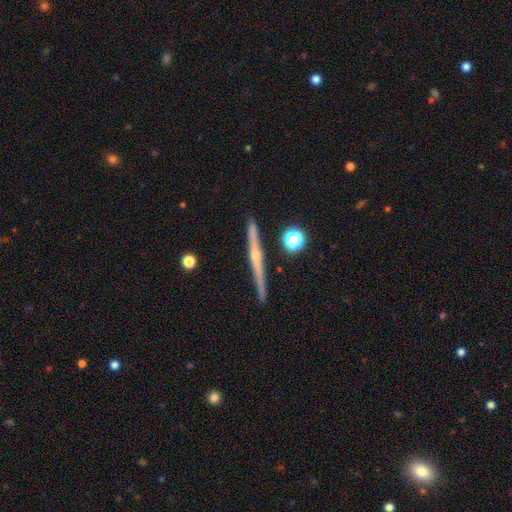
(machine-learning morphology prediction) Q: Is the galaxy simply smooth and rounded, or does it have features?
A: featured or disk — 77%.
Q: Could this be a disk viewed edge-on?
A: yes — 98%.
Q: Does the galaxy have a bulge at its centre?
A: rounded — 75%.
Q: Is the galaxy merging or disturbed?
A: none — 89%.